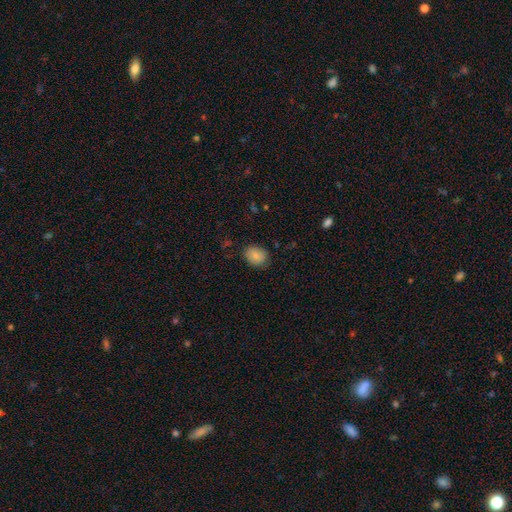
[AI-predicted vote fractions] Smooth or featured? smooth (85%)
How rounded? in between (52%)
Merging? none (82%)